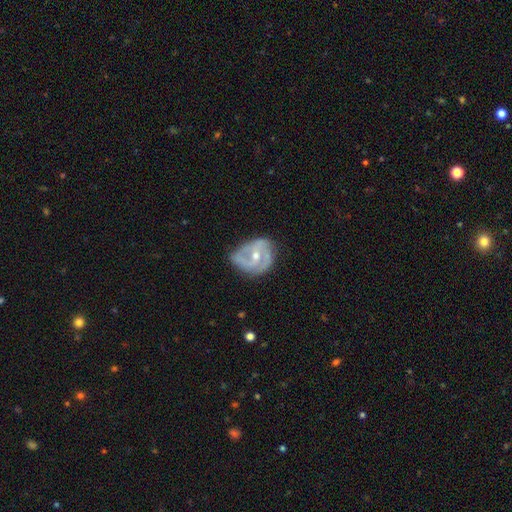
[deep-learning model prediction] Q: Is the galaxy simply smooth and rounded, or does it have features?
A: featured or disk — 79%.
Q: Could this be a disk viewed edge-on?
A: no — 97%.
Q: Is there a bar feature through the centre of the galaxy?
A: weak — 42%.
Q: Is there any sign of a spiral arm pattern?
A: yes — 84%.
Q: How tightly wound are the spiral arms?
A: medium — 45%.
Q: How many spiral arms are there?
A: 2 — 59%.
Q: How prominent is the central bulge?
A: moderate — 60%.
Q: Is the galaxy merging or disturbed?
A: none — 55%.